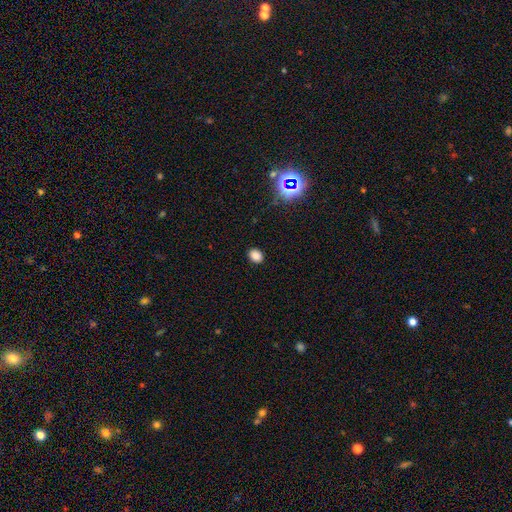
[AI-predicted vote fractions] This appears to be a smooth galaxy with no disk features (84%) that is in between round and cigar-shaped (53%). Merging: none (89%).